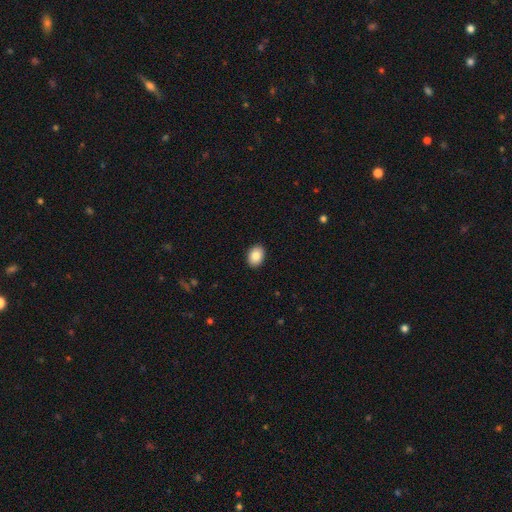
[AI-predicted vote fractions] Smooth or featured?
  - smooth: 87% *
  - star or artifact: 8%
  - featured or disk: 6%
How rounded?
  - in between: 76% *
  - round: 23%
  - cigar-shaped: 1%
Merging?
  - none: 91% *
  - minor disturbance: 6%
  - major disturbance: 2%
  - merger: 1%